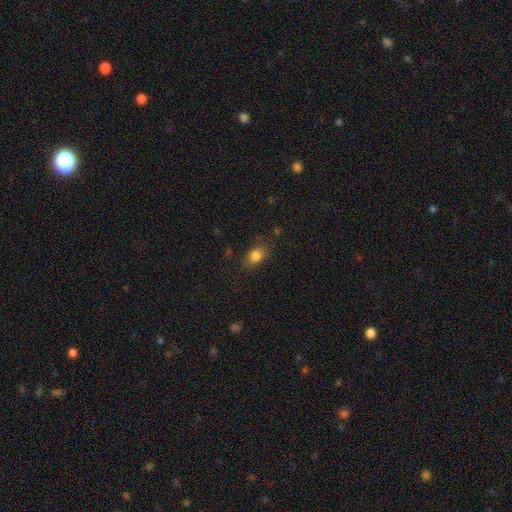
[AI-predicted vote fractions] Overall: smooth (82%). How rounded: in between (76%). Merging: none (74%).